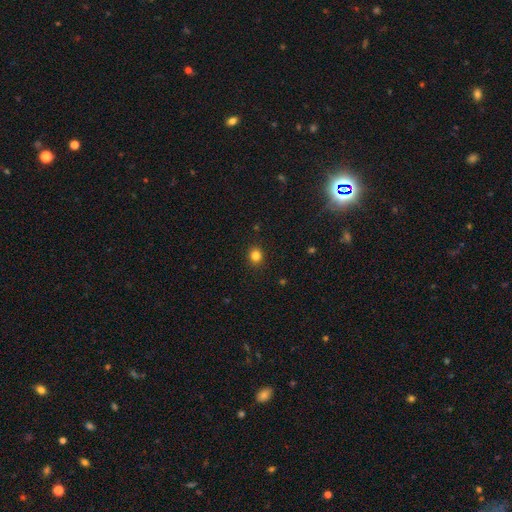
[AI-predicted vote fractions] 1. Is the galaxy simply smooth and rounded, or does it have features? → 83% smooth, 13% star or artifact, 4% featured or disk.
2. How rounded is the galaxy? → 81% round, 18% in between, 1% cigar-shaped.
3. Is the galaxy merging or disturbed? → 91% none, 6% minor disturbance, 2% major disturbance, 1% merger.